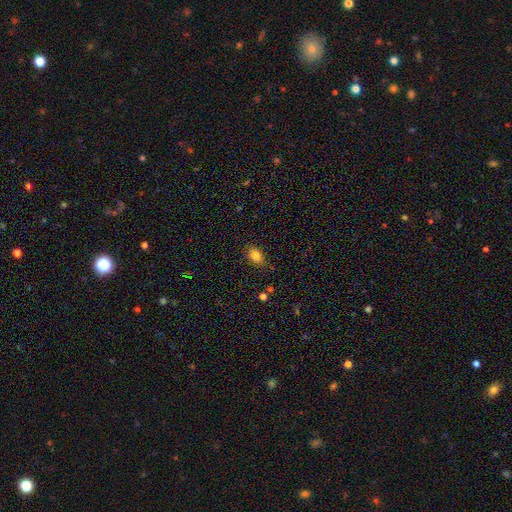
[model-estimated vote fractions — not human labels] This appears to be a smooth galaxy with no disk features (82%) that is in between round and cigar-shaped (73%). Merging: none (80%).